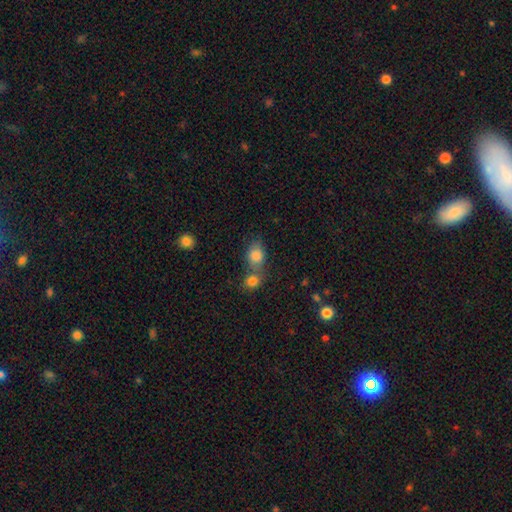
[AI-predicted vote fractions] The model was most divided on "merging": none: 42%, merger: 41%, minor disturbance: 12%, major disturbance: 5%. More confident: smooth or featured — smooth (82%); how rounded — in between (62%).